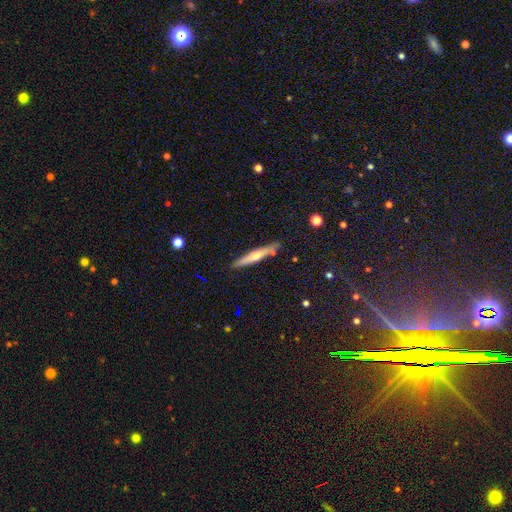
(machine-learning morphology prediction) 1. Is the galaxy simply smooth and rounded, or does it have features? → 50% featured or disk, 43% smooth, 7% star or artifact.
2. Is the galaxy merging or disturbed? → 84% none, 11% minor disturbance, 3% merger, 2% major disturbance.